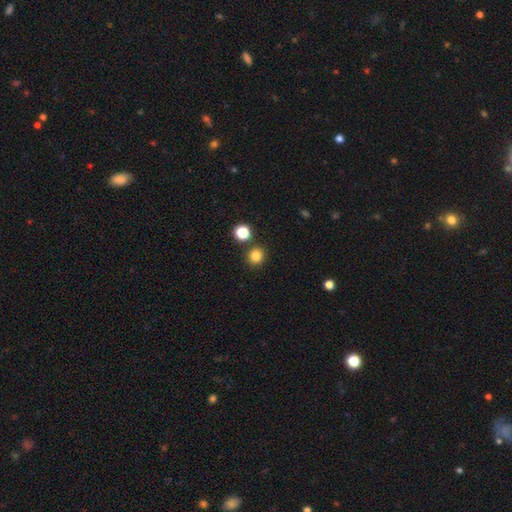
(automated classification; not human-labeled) This is clearly a smooth galaxy (82%). How rounded: clearly round (92%). Merging: clearly none (84%).